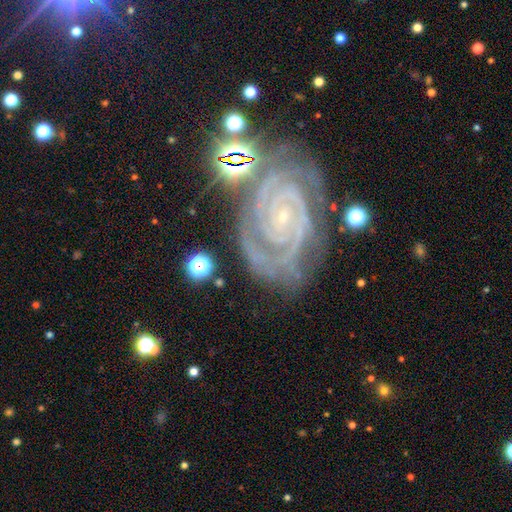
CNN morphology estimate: Smooth or featured? Predicted: featured or disk (p=0.91). Edge-on disk? Predicted: no (p=0.98). Bar? Predicted: no (p=0.65). Spiral arms? Predicted: yes (p=0.99). Spiral winding? Predicted: tight (p=0.80). Spiral arm count? Predicted: 2 (p=0.50). Bulge size? Predicted: small (p=0.88). Merging? Predicted: none (p=0.64).